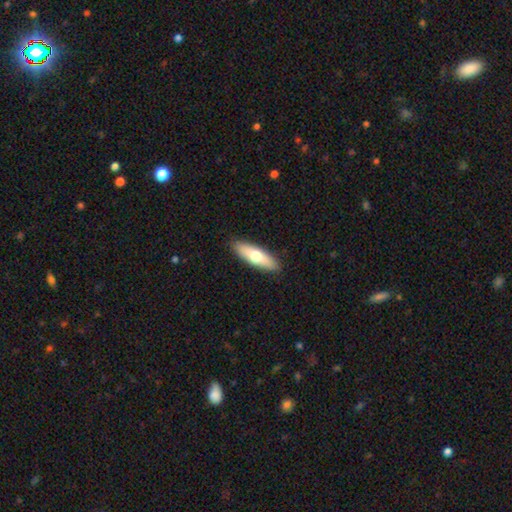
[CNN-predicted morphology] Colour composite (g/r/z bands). It shows a smooth galaxy with no disk features (64%) that is in between round and cigar-shaped (50%). Merging: none (89%).